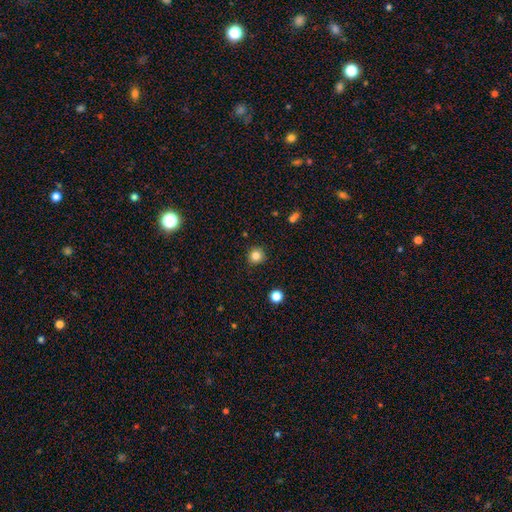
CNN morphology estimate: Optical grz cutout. It shows a smooth galaxy with no disk features (83%) that is round (93%). Merging: none (90%).